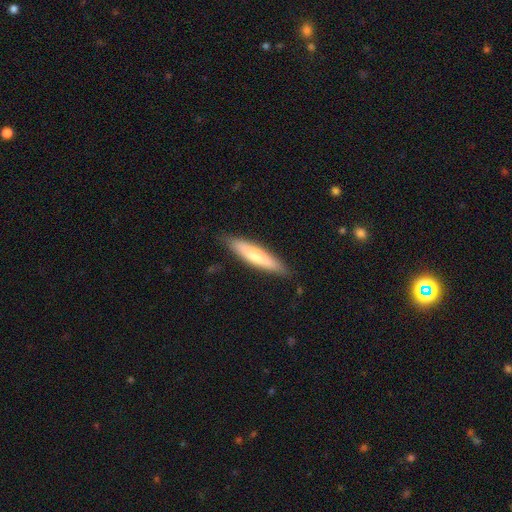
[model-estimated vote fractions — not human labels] smooth 64%, featured or disk 31%, star or artifact 5%. Down the decision tree: how rounded — cigar-shaped (83%); merging — none (85%).